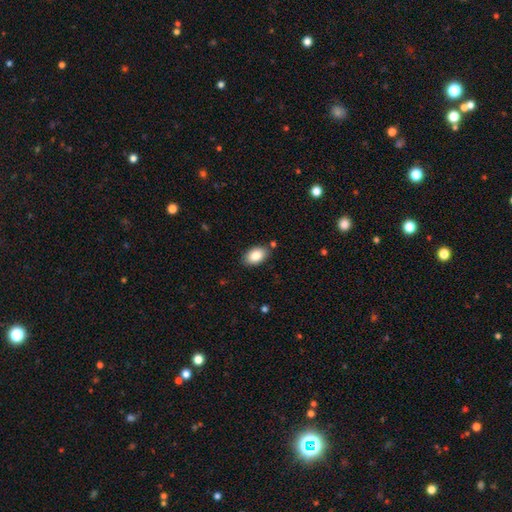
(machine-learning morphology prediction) Overall: smooth (86%). How rounded: in between (91%). Merging: none (83%).